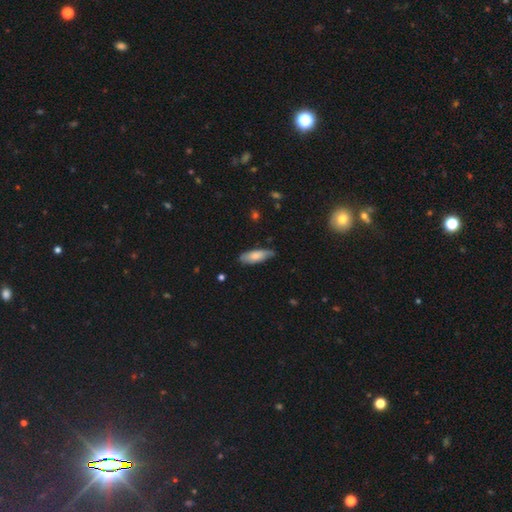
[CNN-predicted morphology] Smooth or featured? smooth (75%)
How rounded? in between (63%)
Merging? none (69%)